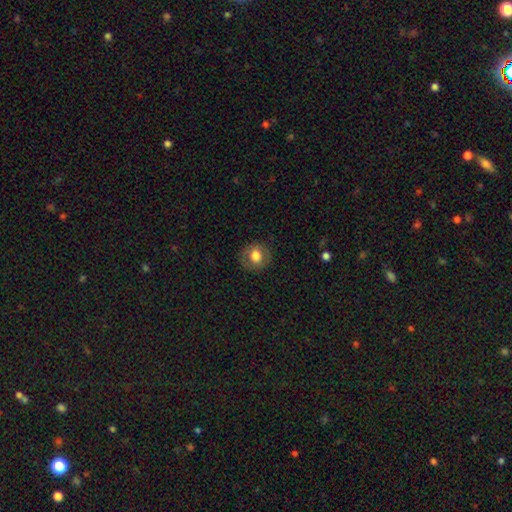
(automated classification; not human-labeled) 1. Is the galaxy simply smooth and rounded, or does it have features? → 73% smooth, 18% featured or disk, 9% star or artifact.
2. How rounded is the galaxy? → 84% round, 15% in between, 1% cigar-shaped.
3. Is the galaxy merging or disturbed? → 87% none, 9% minor disturbance, 3% major disturbance, 1% merger.